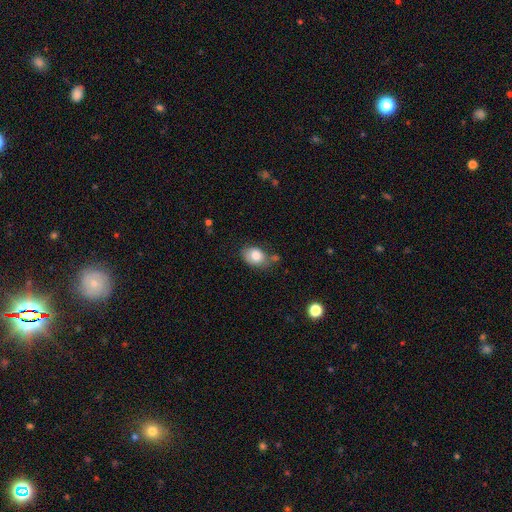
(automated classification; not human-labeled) Smooth or featured? smooth (80%)
How rounded? in between (71%)
Merging? none (54%)